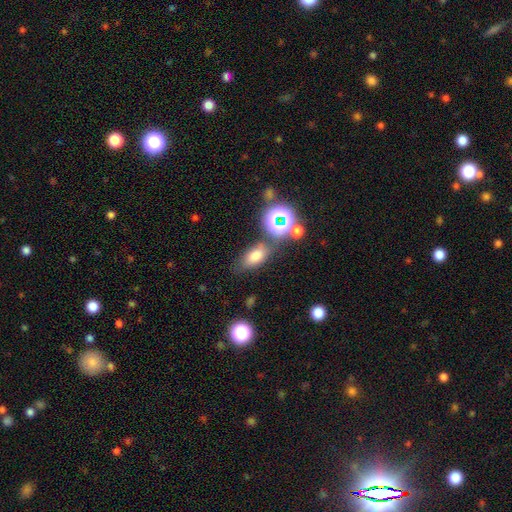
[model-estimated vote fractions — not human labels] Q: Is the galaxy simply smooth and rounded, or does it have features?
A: smooth — 71%.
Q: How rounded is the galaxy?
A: in between — 80%.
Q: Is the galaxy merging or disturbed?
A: none — 67%.